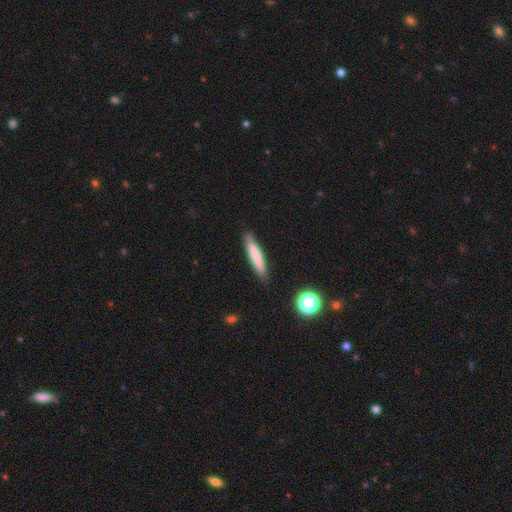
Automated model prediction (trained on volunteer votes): The model was most divided on "smooth or featured": smooth: 76%, featured or disk: 18%, star or artifact: 7%. More confident: how rounded — cigar-shaped (89%); merging — none (87%).